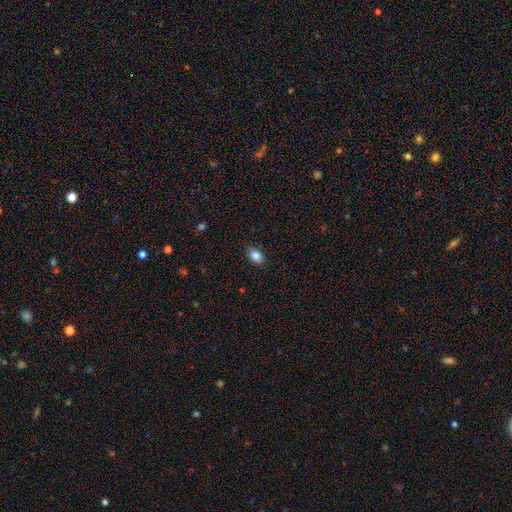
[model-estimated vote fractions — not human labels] Smooth or featured? smooth (85%)
How rounded? in between (80%)
Merging? none (86%)